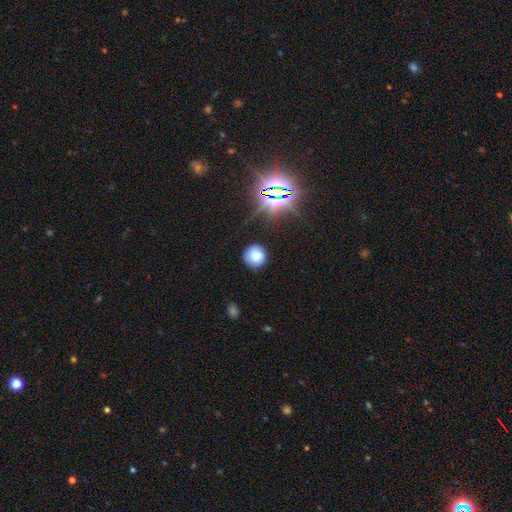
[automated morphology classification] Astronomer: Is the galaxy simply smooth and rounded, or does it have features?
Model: smooth — 77%.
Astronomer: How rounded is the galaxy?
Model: round — 92%.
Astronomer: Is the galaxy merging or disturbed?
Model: none — 83%.